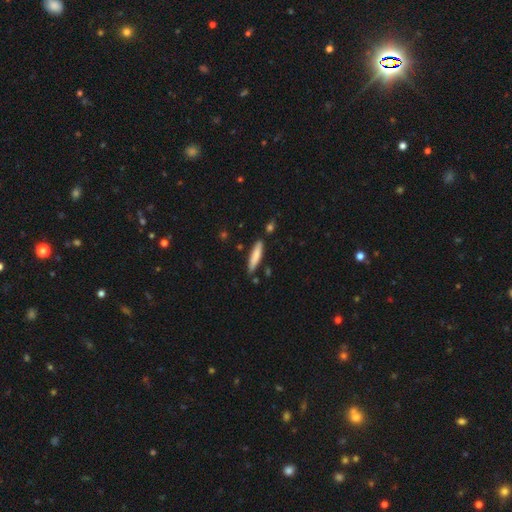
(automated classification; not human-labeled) Q: Smooth or featured?
A: smooth (80%); runner-up: featured or disk (15%)
Q: How rounded?
A: cigar-shaped (83%); runner-up: in between (15%)
Q: Merging?
A: none (82%); runner-up: minor disturbance (12%)